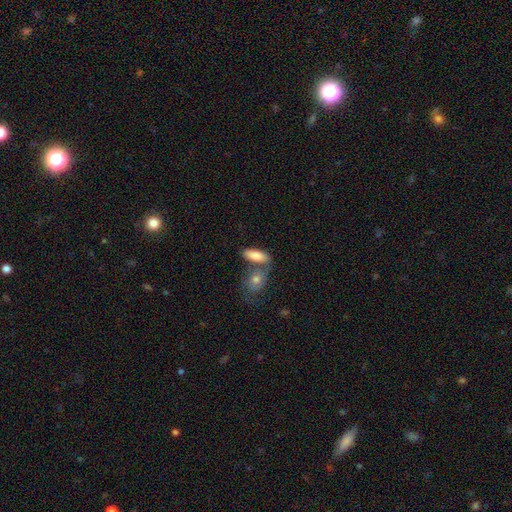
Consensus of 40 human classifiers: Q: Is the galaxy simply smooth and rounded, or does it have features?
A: smooth — 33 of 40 (82%).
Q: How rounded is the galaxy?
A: in between — 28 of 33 (85%).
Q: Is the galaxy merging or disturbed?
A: none — 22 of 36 (61%).